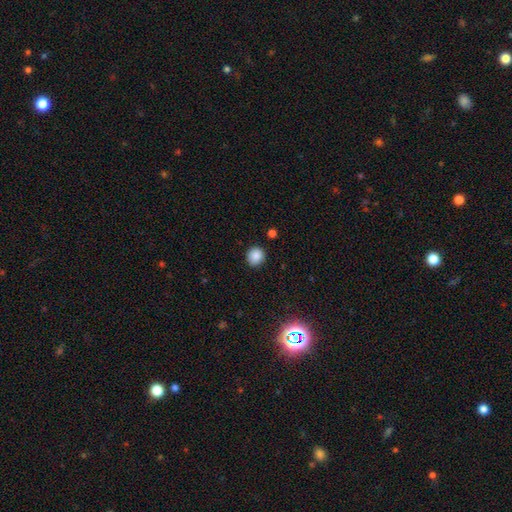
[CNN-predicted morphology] The model was most divided on "smooth or featured": smooth: 86%, star or artifact: 10%, featured or disk: 4%. More confident: how rounded — round (89%); merging — none (88%).